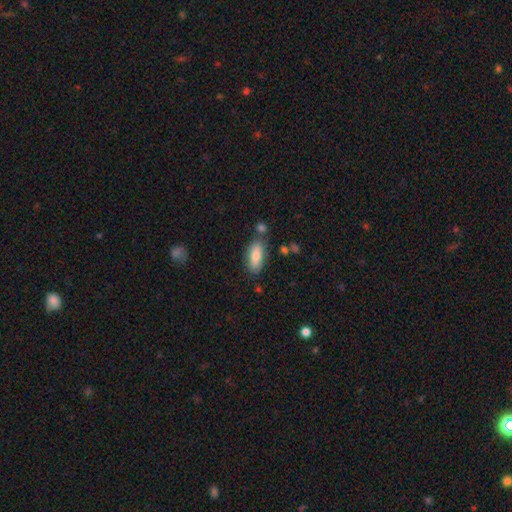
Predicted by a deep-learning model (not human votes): Morphology: type=smooth (78%); roundness=in between (77%); merging=none (76%).